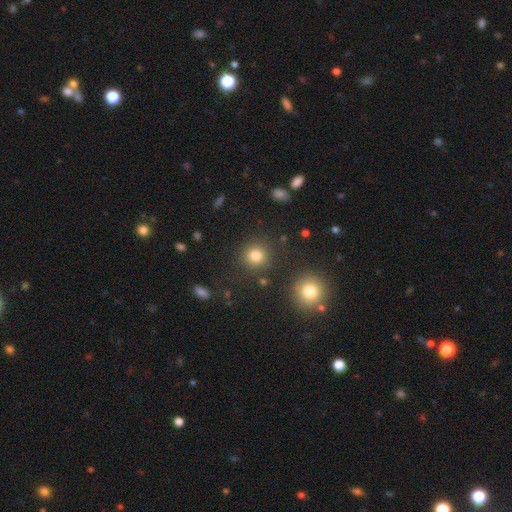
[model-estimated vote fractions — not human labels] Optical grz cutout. It shows a smooth galaxy with no disk features (80%) that is round (92%). Merging: none (87%).